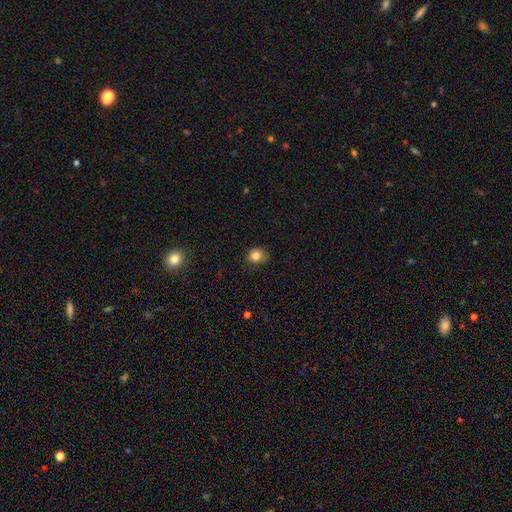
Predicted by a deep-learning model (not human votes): Smooth or featured? smooth (83%)
How rounded? round (76%)
Merging? none (76%)